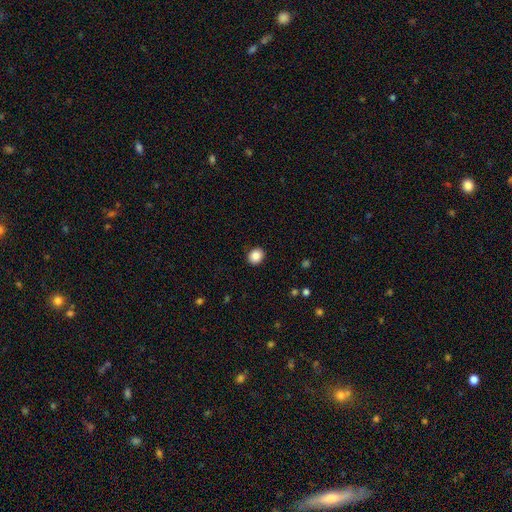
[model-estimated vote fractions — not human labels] Smooth or featured? Predicted: smooth (p=0.87). How rounded? Predicted: round (p=0.71). Merging? Predicted: none (p=0.90).